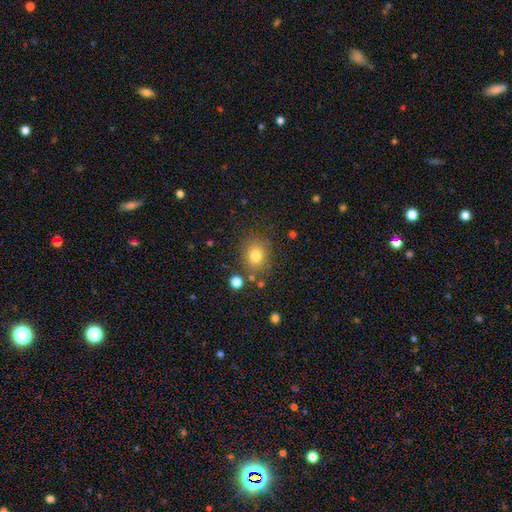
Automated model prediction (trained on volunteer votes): smooth 79%, star or artifact 12%, featured or disk 9%. Down the decision tree: how rounded — round (70%); merging — none (78%).